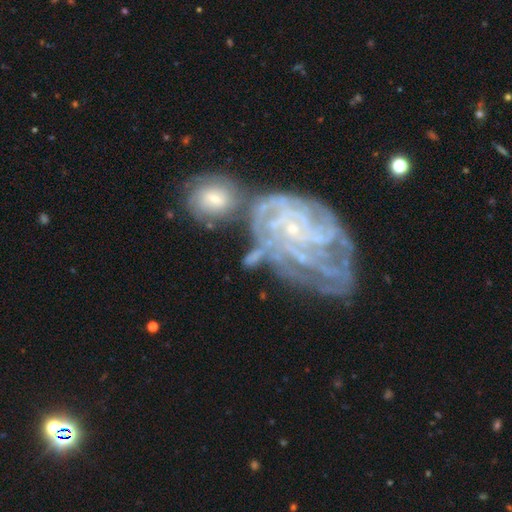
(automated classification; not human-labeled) This appears to be a featured or disk galaxy (68%) with no bar (60%), tight (66%) spiral arms (90%) and a small central bulge (66%). Merging: none (48%).